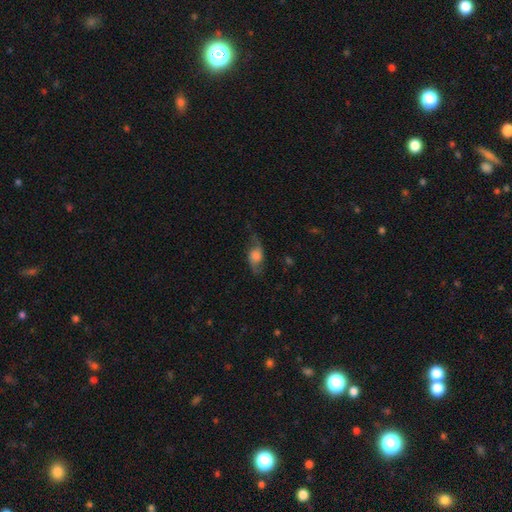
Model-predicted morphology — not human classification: Smooth or featured? featured or disk (53%)
Edge-on disk? no (84%)
Merging? none (62%)